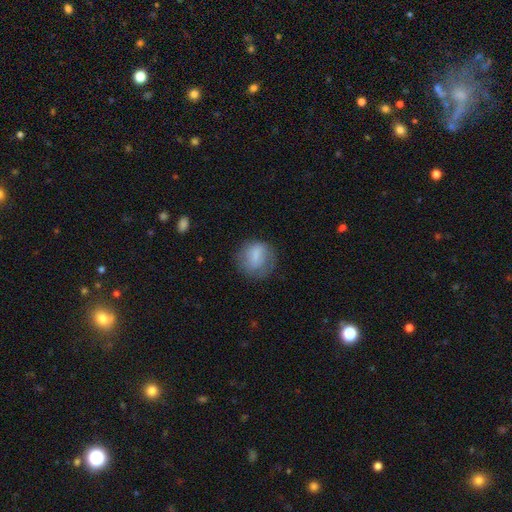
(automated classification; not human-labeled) Morphology: type=smooth (72%); roundness=round (79%); merging=none (65%).